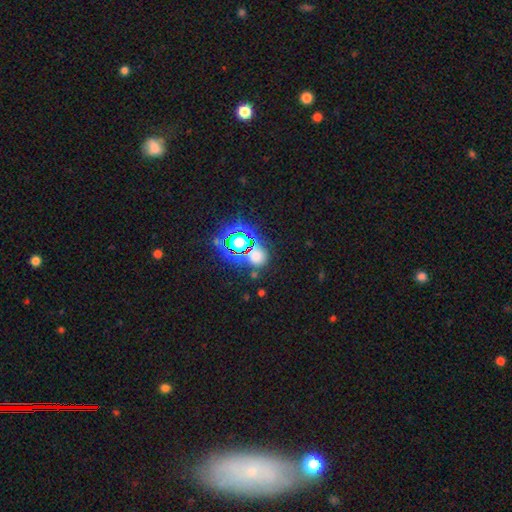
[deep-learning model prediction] This is possibly a smooth galaxy (47%). Merging: likely none (72%).